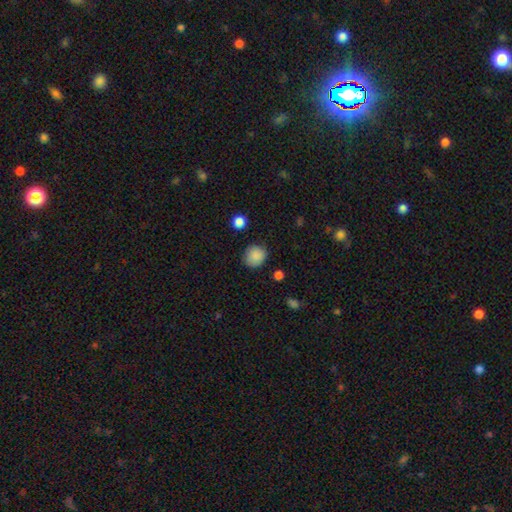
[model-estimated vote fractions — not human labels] Smooth or featured: smooth — 87% (star or artifact — 9%)
How rounded: round — 83% (in between — 16%)
Merging: none — 82% (minor disturbance — 13%)